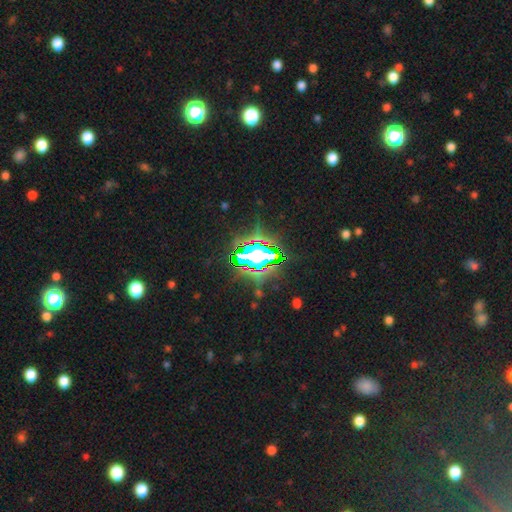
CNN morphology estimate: type=star or artifact (70%).